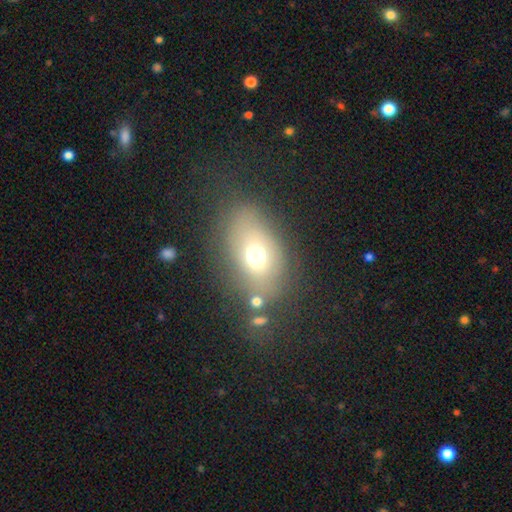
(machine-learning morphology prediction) Smooth or featured?
  - smooth: 65% *
  - featured or disk: 20%
  - star or artifact: 15%
How rounded?
  - in between: 74% *
  - round: 24%
  - cigar-shaped: 2%
Merging?
  - none: 65% *
  - minor disturbance: 17%
  - major disturbance: 11%
  - merger: 7%